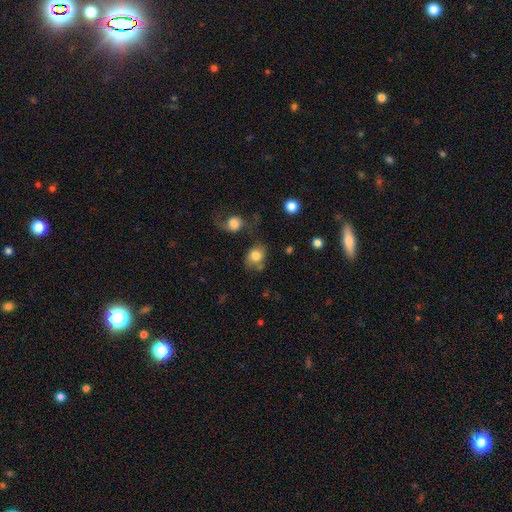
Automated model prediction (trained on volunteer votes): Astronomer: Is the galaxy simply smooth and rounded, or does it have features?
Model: smooth — 79%.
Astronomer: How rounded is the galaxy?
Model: round — 57% (runner-up: in between, 42%).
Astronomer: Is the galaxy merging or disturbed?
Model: none — 50%.